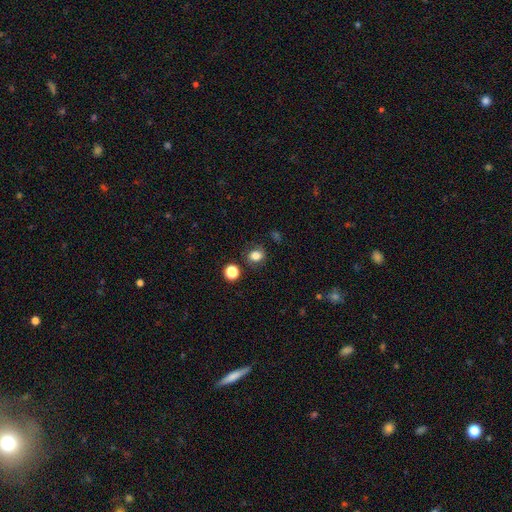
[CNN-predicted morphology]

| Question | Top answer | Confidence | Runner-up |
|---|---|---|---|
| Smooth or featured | smooth | 80% | star or artifact (12%) |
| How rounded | round | 57% | in between (42%) |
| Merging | none | 77% | minor disturbance (14%) |